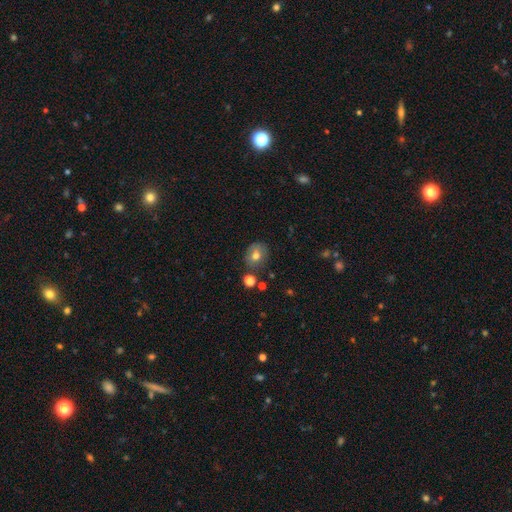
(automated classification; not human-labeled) smooth-or-featured: smooth: 70% | featured or disk: 18% | star or artifact: 12%
  how-rounded: round: 66% | in between: 33% | cigar-shaped: 1%
  merging: none: 75% | minor disturbance: 15% | merger: 7% | major disturbance: 4%